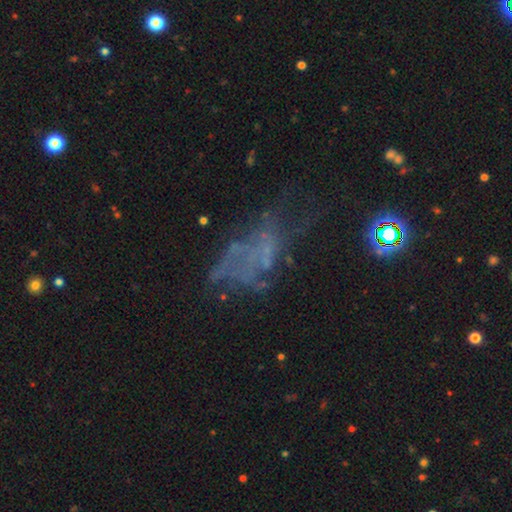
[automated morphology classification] smooth_or_featured: featured or disk (p=0.45) [alt: star or artifact p=0.31]
merging: major disturbance (p=0.38) [alt: none p=0.37]